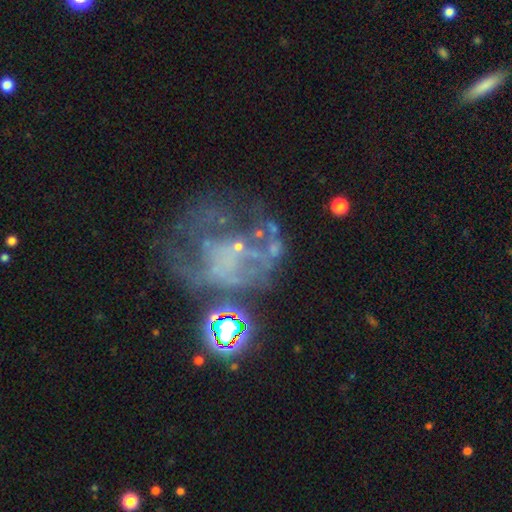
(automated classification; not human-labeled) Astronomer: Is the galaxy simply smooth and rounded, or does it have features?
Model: featured or disk — 56%.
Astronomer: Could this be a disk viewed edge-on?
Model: no — 98%.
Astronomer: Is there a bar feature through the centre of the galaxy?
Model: no — 88%.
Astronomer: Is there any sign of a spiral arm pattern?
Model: no — 79%.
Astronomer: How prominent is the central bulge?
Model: none — 69%.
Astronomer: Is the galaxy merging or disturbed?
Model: major disturbance — 37%, tied with none at 37%.